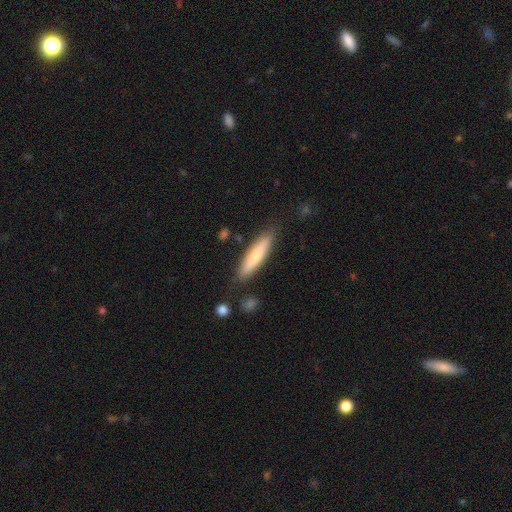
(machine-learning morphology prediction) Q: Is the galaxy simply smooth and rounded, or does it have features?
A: smooth — 65%.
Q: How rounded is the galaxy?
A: cigar-shaped — 81%.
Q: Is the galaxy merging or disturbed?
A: none — 84%.